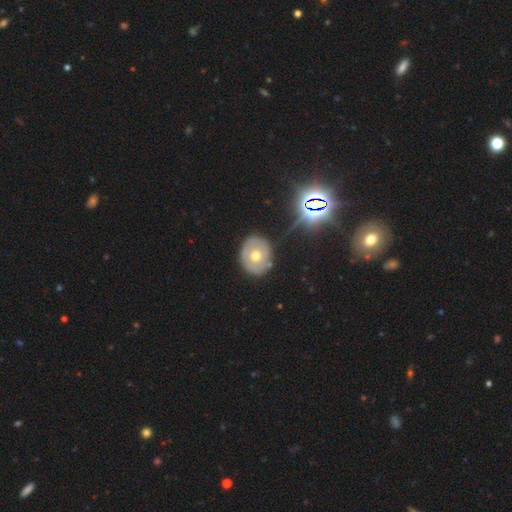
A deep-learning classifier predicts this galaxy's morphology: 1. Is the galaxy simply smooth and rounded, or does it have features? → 49% smooth, 40% featured or disk, 11% star or artifact.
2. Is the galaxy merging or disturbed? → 81% none, 13% minor disturbance, 3% major disturbance, 3% merger.